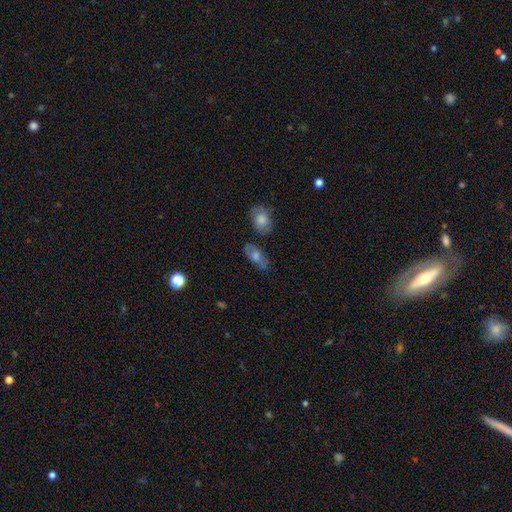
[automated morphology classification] This appears to be a smooth galaxy with no disk features (49%). Merging: none (68%).